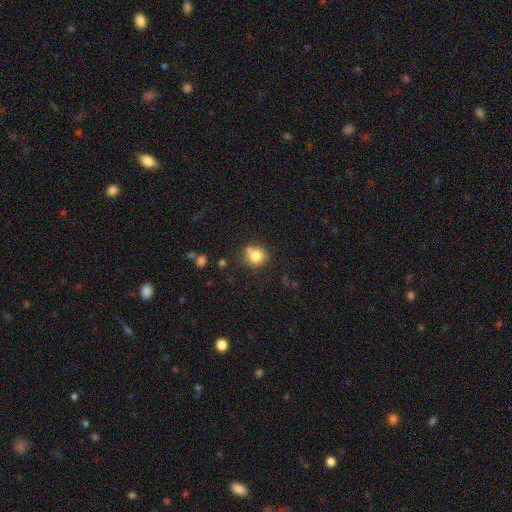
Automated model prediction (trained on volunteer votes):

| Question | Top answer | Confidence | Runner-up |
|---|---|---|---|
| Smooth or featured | smooth | 79% | star or artifact (11%) |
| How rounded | round | 83% | in between (16%) |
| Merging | none | 66% | merger (15%) |